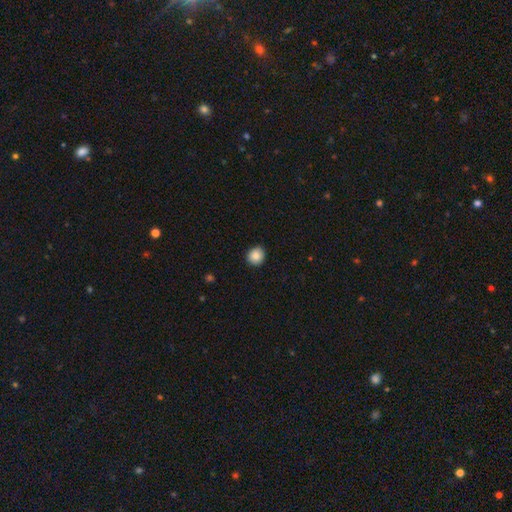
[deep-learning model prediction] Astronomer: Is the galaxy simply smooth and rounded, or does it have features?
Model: smooth — 87%.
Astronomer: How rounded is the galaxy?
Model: round — 85%.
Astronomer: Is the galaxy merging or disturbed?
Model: none — 90%.